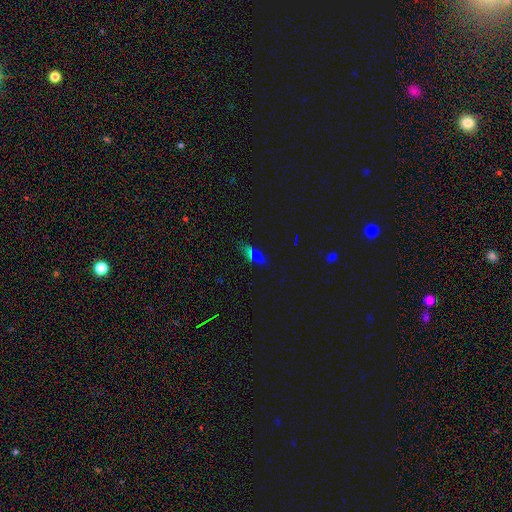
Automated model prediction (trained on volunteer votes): The model was most divided on "smooth or featured": smooth: 49%, star or artifact: 39%, featured or disk: 12%. More confident: merging — none (76%).